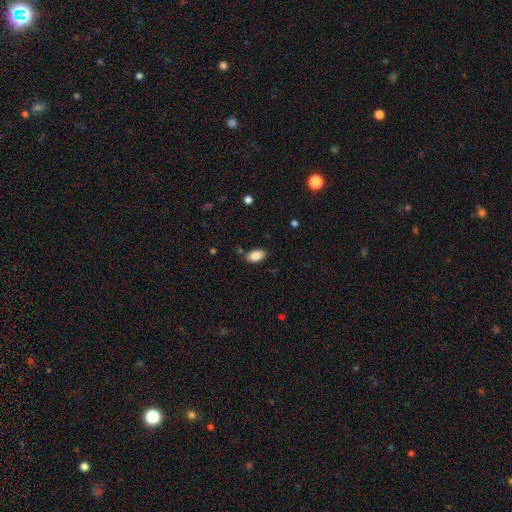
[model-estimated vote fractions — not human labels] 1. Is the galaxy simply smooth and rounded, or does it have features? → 87% smooth, 8% star or artifact, 5% featured or disk.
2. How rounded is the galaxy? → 92% in between, 6% round, 2% cigar-shaped.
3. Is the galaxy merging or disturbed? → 83% none, 12% minor disturbance, 3% merger, 3% major disturbance.